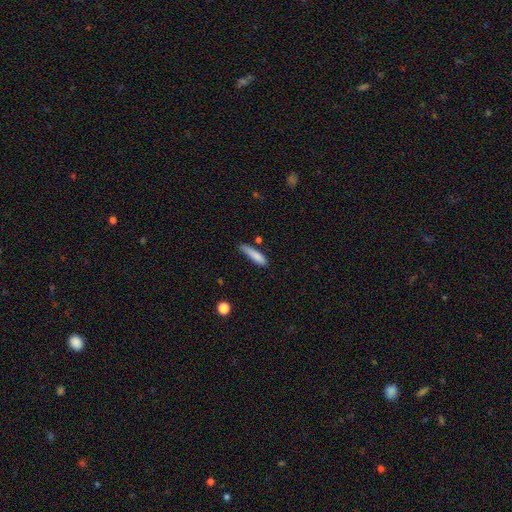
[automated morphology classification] A smooth galaxy with no disk features (82%) that is cigar-shaped (81%). Merging: none (61%).